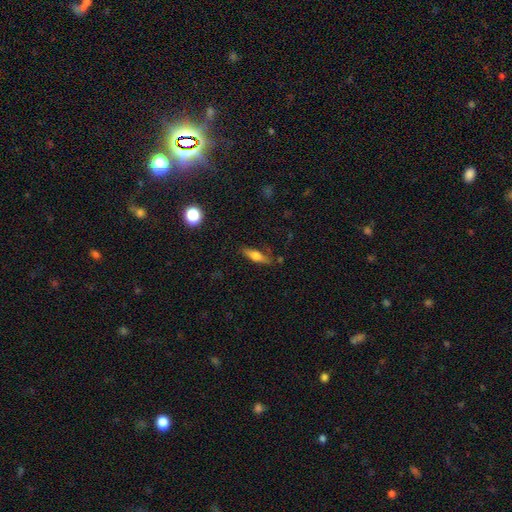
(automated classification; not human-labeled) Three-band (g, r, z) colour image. It shows a smooth galaxy with no disk features (53%) that is cigar-shaped (64%). Merging: none (80%).